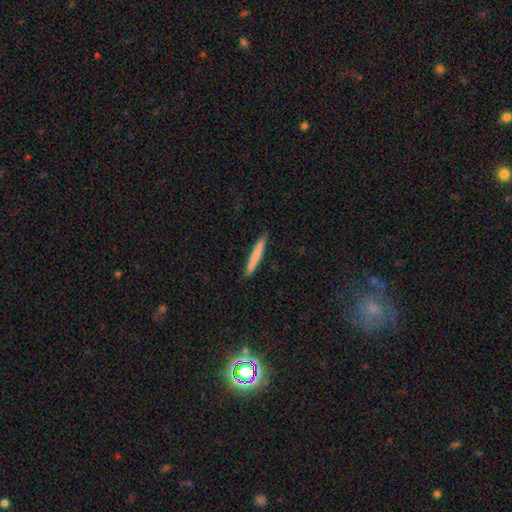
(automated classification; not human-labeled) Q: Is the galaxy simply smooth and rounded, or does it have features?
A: smooth — 73%.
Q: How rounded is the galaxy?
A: cigar-shaped — 96%.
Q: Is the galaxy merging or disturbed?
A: none — 90%.